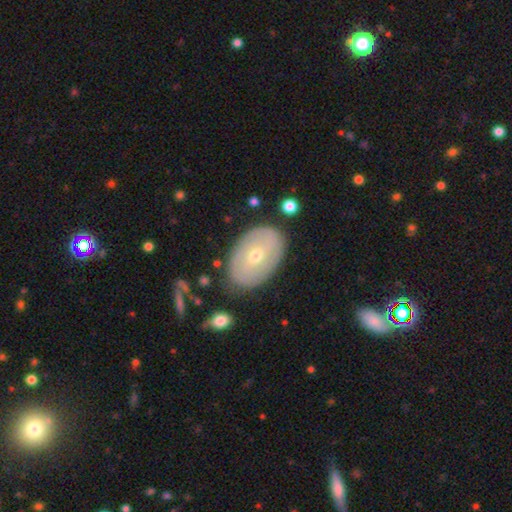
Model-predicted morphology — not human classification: This appears to be a featured or disk galaxy (59%) with no bar (56%), spiral arms (51%) and a small central bulge (51%). Merging: none (82%).